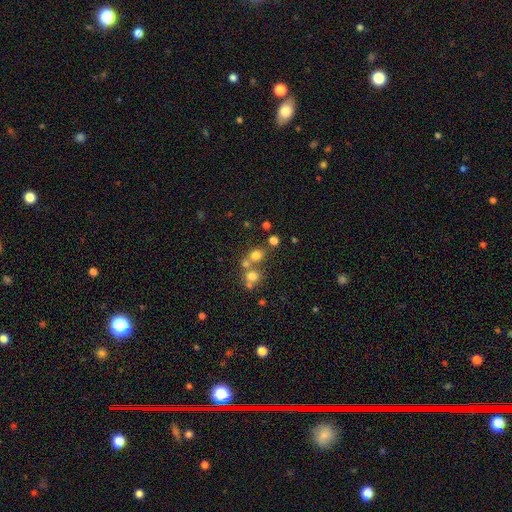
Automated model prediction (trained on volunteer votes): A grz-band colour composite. It shows a smooth galaxy with no disk features (68%) that is round (77%). Merging: none (52%).